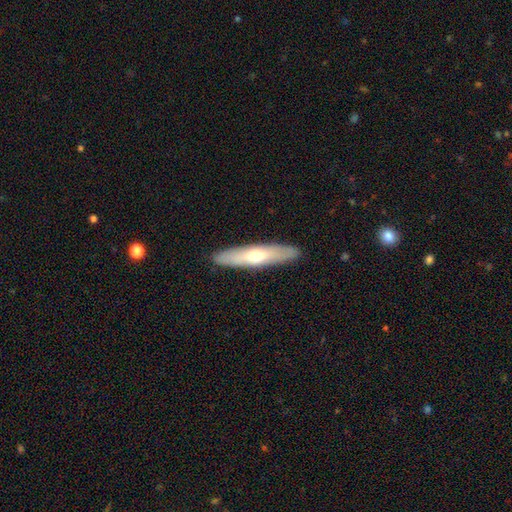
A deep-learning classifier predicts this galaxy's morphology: Smooth or featured?
  - smooth: 54% *
  - featured or disk: 41%
  - star or artifact: 5%
How rounded?
  - cigar-shaped: 80% *
  - in between: 18%
  - round: 2%
Merging?
  - none: 90% *
  - minor disturbance: 7%
  - major disturbance: 2%
  - merger: 1%